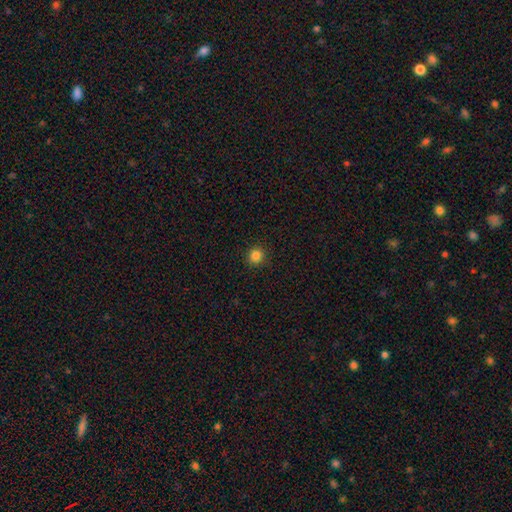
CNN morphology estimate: smooth-or-featured: smooth: 84% | star or artifact: 12% | featured or disk: 4%
  how-rounded: round: 93% | in between: 6% | cigar-shaped: 1%
  merging: none: 92% | minor disturbance: 6% | major disturbance: 2% | merger: 1%